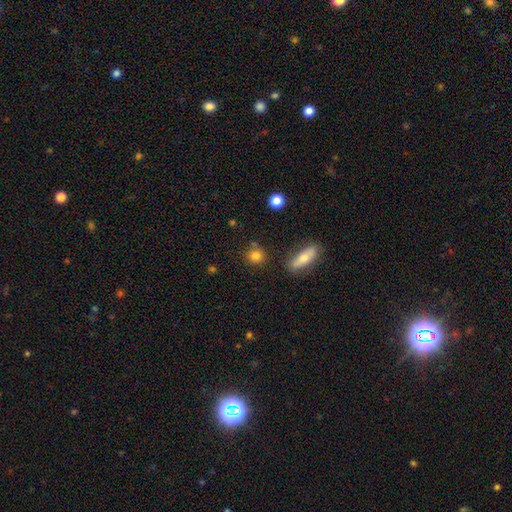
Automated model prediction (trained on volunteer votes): Morphology: type=smooth (81%); roundness=round (80%); merging=none (75%).